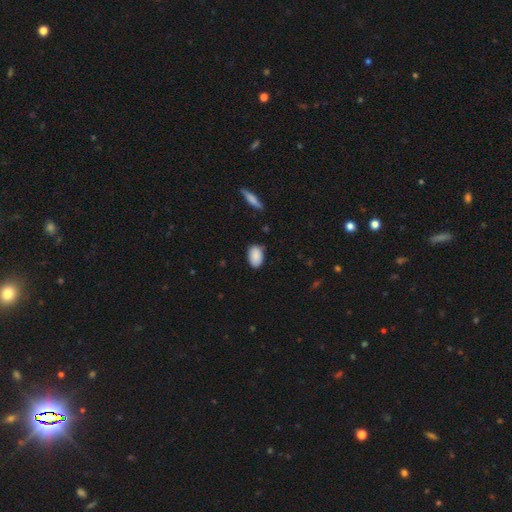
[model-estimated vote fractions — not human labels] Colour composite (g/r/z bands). It shows a smooth galaxy with no disk features (88%) that is in between round and cigar-shaped (91%). Merging: none (79%).